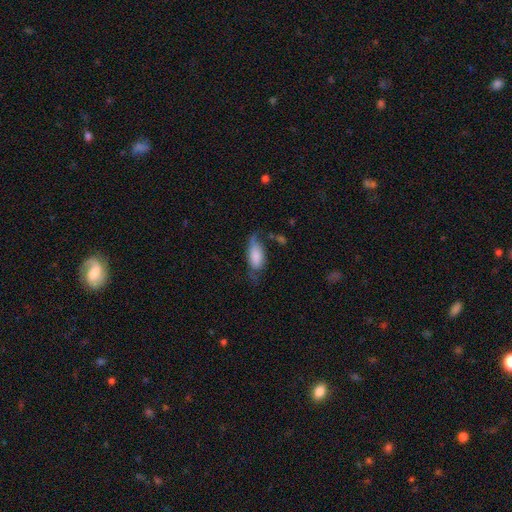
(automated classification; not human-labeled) Q: Smooth or featured?
A: smooth (71%); runner-up: featured or disk (22%)
Q: How rounded?
A: in between (86%); runner-up: cigar-shaped (11%)
Q: Merging?
A: none (40%); runner-up: minor disturbance (35%)